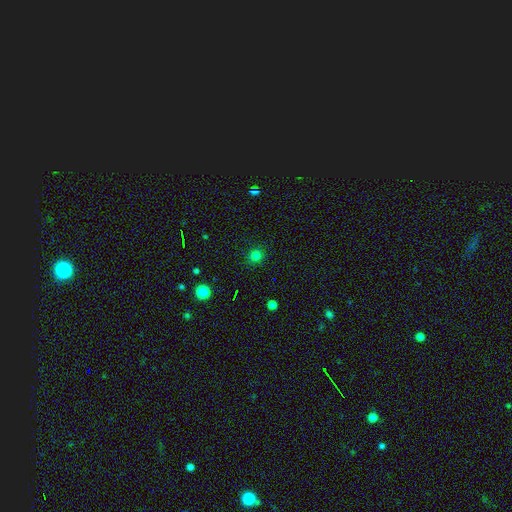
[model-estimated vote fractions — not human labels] smooth-or-featured: smooth: 79% | star or artifact: 17% | featured or disk: 4%
  how-rounded: round: 92% | in between: 7% | cigar-shaped: 1%
  merging: none: 90% | minor disturbance: 6% | major disturbance: 2% | merger: 1%